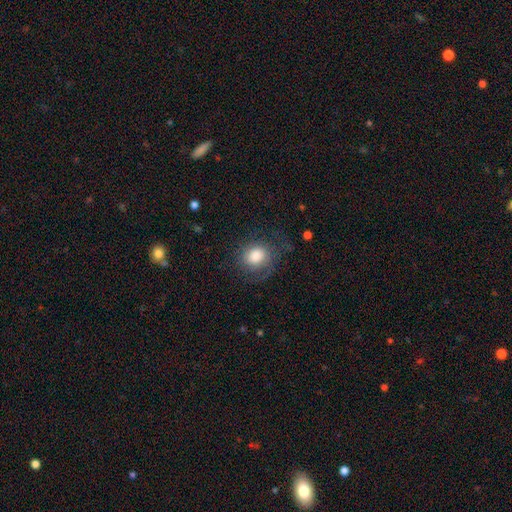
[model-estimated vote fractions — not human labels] A smooth galaxy with no disk features (72%) that is round (73%). Merging: none (61%).